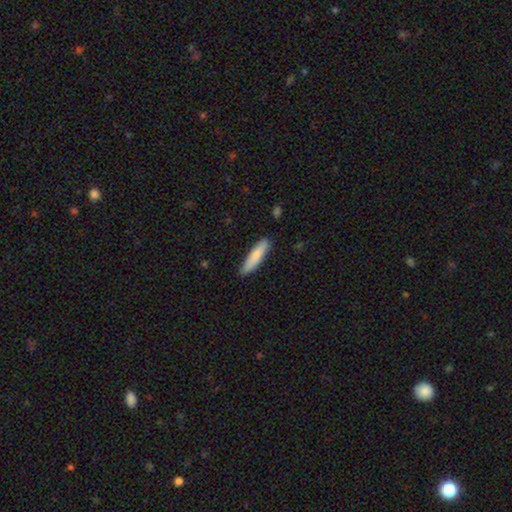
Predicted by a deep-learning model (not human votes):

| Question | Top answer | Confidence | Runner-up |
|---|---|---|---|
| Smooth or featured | smooth | 82% | featured or disk (12%) |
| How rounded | cigar-shaped | 74% | in between (24%) |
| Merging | none | 85% | minor disturbance (12%) |